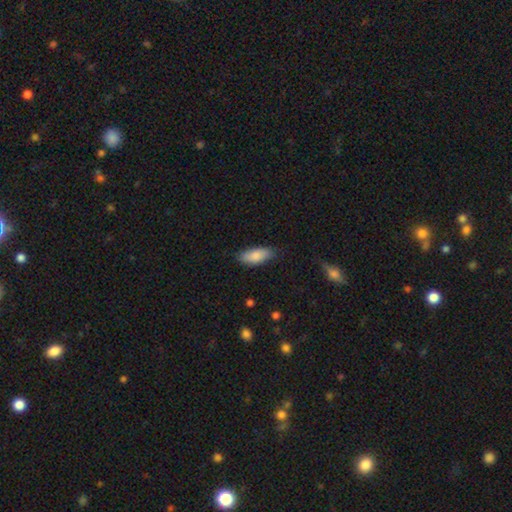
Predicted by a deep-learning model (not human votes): smooth-or-featured: smooth: 86% | featured or disk: 8% | star or artifact: 6%
  how-rounded: in between: 80% | cigar-shaped: 18% | round: 2%
  merging: none: 80% | minor disturbance: 16% | major disturbance: 3% | merger: 1%